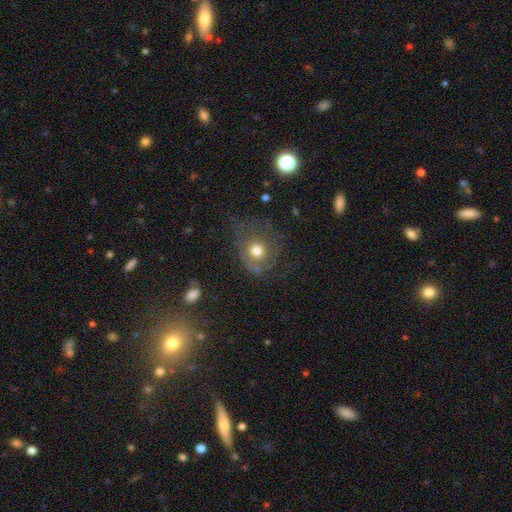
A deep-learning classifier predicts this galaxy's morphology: Smooth or featured?
  - smooth: 48% *
  - featured or disk: 34%
  - star or artifact: 17%
Merging?
  - none: 55% *
  - major disturbance: 21%
  - minor disturbance: 21%
  - merger: 3%